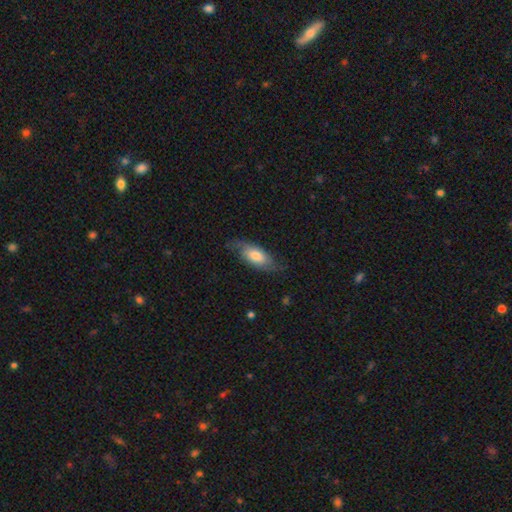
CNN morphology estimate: A smooth galaxy with no disk features (59%) that is in between round and cigar-shaped (81%). Merging: none (68%).